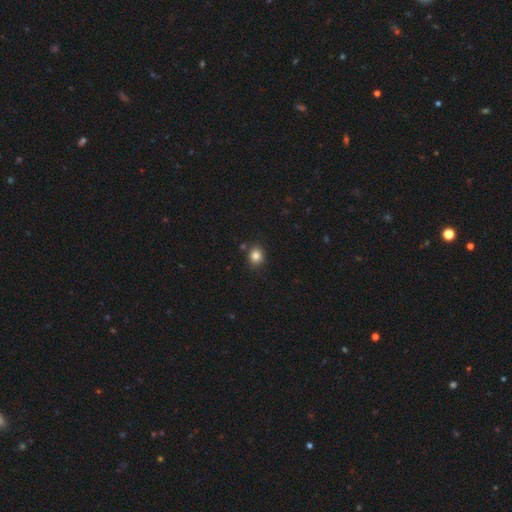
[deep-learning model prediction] A smooth galaxy with no disk features (83%) that is round (75%).

Vote fractions:
- Smooth or featured? smooth: 83% / star or artifact: 11% / featured or disk: 5%
- How rounded? round: 75% / in between: 24% / cigar-shaped: 1%
- Merging? none: 82% / minor disturbance: 10% / merger: 5% / major disturbance: 2%